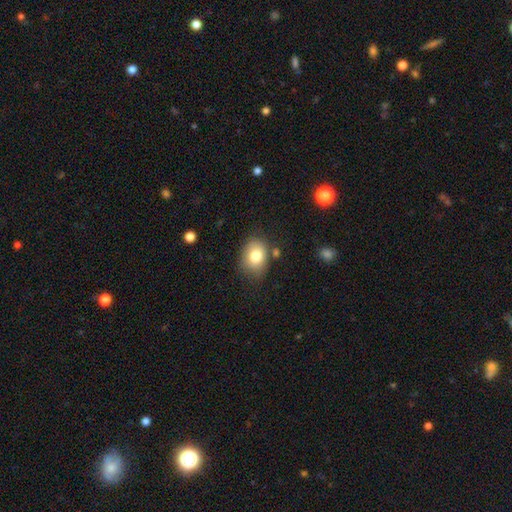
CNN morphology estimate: smooth-or-featured: smooth: 79% | featured or disk: 12% | star or artifact: 9%
  how-rounded: in between: 64% | round: 35% | cigar-shaped: 1%
  merging: none: 72% | minor disturbance: 19% | merger: 5% | major disturbance: 5%